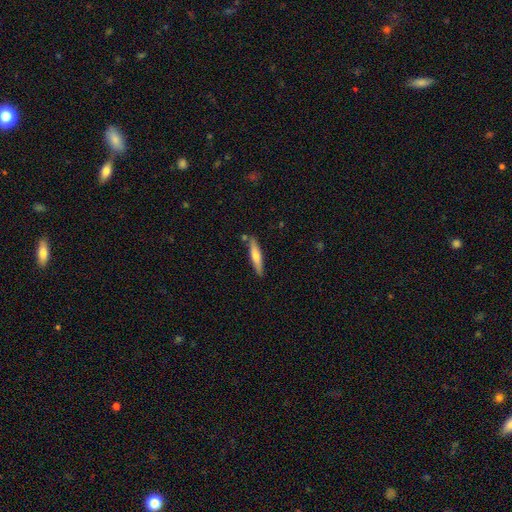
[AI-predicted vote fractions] This appears to be a smooth galaxy with no disk features (57%) that is cigar-shaped (86%). Merging: none (82%).